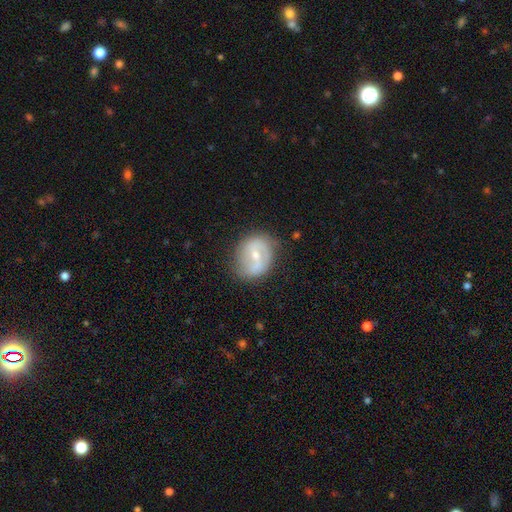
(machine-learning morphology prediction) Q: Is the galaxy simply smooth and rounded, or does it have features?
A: featured or disk — 68%.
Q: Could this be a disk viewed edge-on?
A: no — 97%.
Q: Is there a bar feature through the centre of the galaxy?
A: weak — 50%.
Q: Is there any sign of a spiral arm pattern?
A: yes — 81%.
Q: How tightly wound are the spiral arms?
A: medium — 43%.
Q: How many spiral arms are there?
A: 2 — 77%.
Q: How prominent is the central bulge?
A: moderate — 48%, tied with small.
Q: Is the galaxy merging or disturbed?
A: none — 71%.